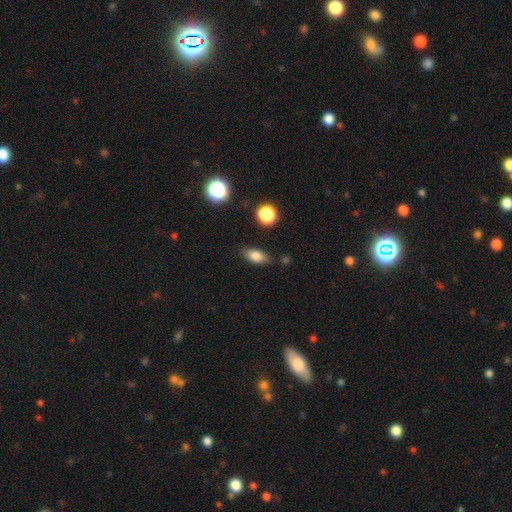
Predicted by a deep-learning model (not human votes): A smooth galaxy with no disk features (78%) that is in between round and cigar-shaped (81%). Merging: none (79%).